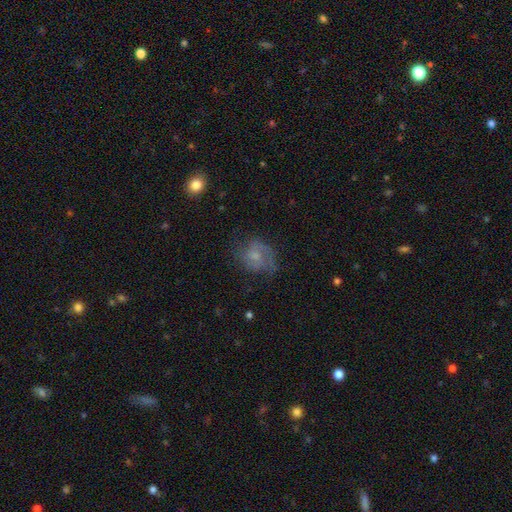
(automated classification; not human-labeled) Overall: smooth (45%; featured or disk 44%). Merging: none (53%; minor disturbance 25%).